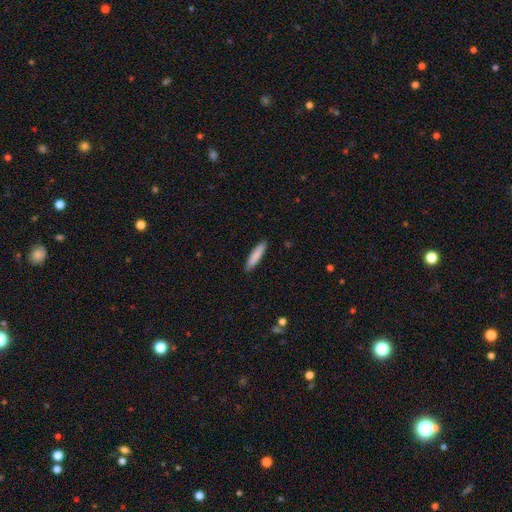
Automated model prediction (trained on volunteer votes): smooth 84%, featured or disk 10%, star or artifact 6%. Down the decision tree: how rounded — cigar-shaped (87%); merging — none (90%).